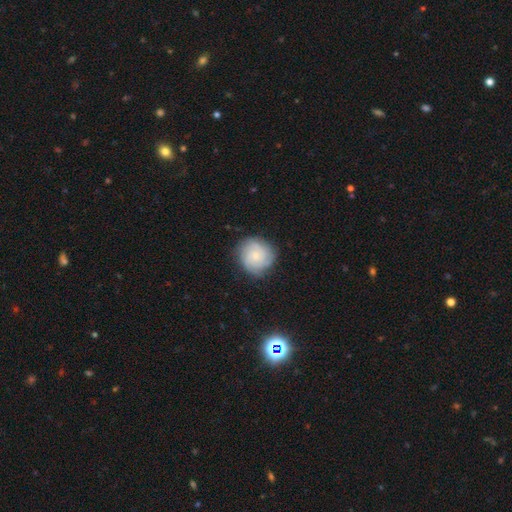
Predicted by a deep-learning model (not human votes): A featured or disk galaxy (50%).

Vote fractions:
- Smooth or featured? featured or disk: 50% / smooth: 42% / star or artifact: 8%
- Merging? none: 81% / minor disturbance: 14% / major disturbance: 4% / merger: 1%